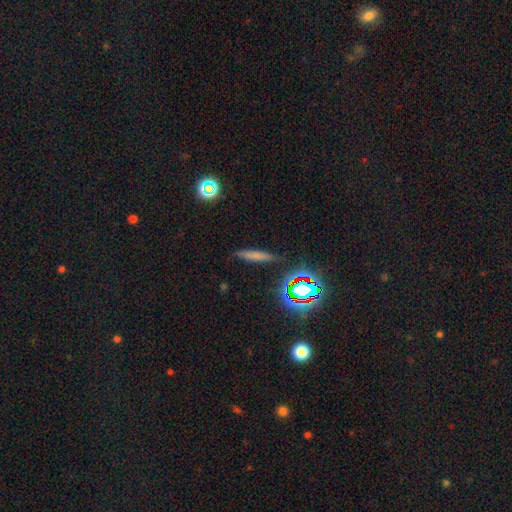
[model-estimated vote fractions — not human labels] Smooth or featured? smooth (62%)
How rounded? cigar-shaped (88%)
Merging? none (81%)